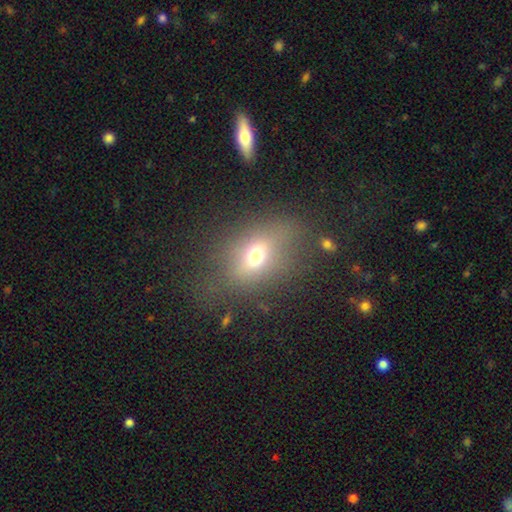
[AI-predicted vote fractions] smooth_or_featured: smooth (p=0.62) [alt: featured or disk p=0.21]
how_rounded: in between (p=0.65) [alt: round p=0.31]
merging: none (p=0.64) [alt: minor disturbance p=0.18]